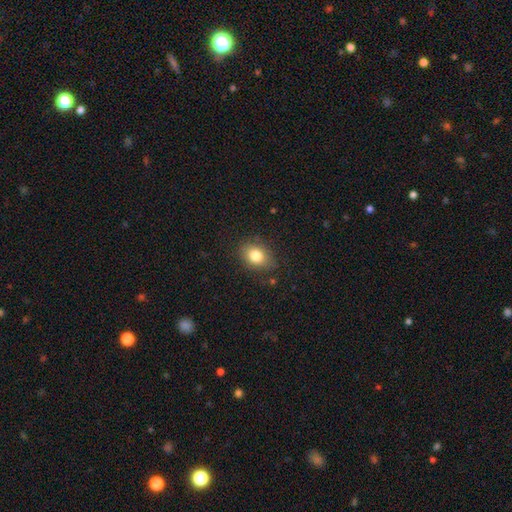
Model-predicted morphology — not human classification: Smooth or featured: smooth — 81% (star or artifact — 10%)
How rounded: in between — 63% (round — 36%)
Merging: none — 80% (minor disturbance — 15%)